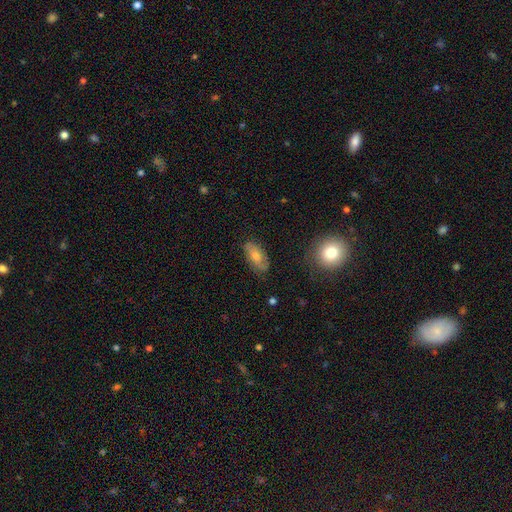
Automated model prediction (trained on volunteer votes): smooth_or_featured: smooth (p=0.51) [alt: featured or disk p=0.39]
how_rounded: in between (p=0.84) [alt: cigar-shaped p=0.09]
merging: none (p=0.79) [alt: minor disturbance p=0.16]